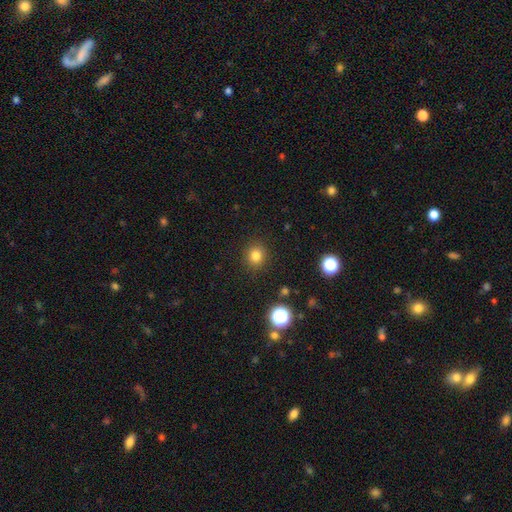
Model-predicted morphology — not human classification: type=smooth (80%); roundness=round (86%); merging=none (90%).